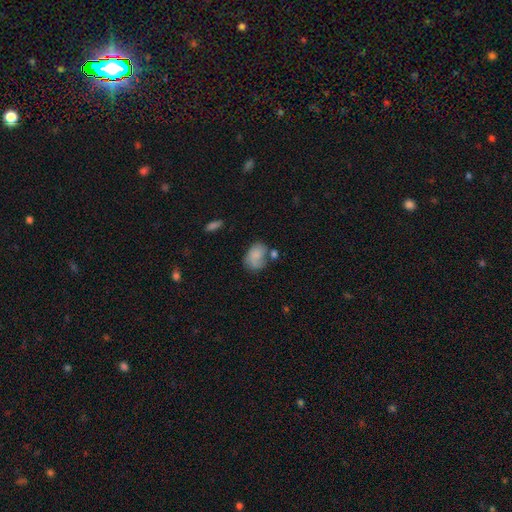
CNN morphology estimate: smooth-or-featured: smooth: 74% | featured or disk: 17% | star or artifact: 8%
  how-rounded: in between: 74% | round: 25% | cigar-shaped: 1%
  merging: none: 42% | minor disturbance: 27% | merger: 15% | major disturbance: 15%